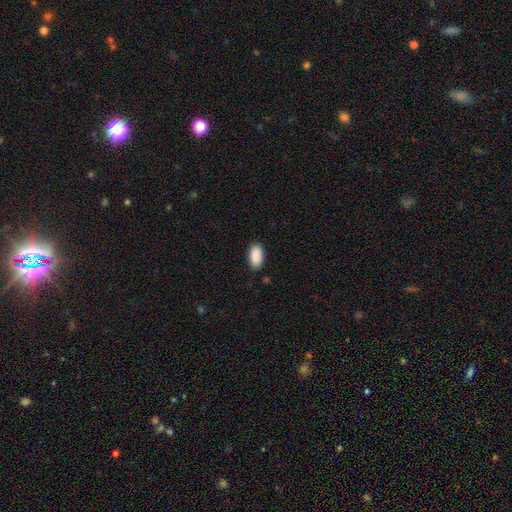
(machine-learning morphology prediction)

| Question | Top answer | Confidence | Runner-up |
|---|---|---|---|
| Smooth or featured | smooth | 91% | star or artifact (7%) |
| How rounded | in between | 95% | round (3%) |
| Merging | none | 85% | minor disturbance (12%) |